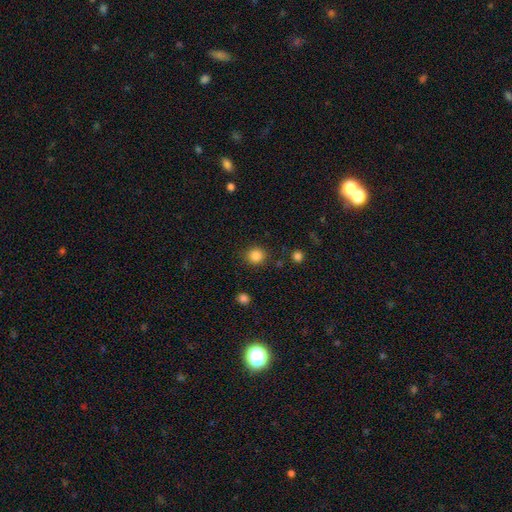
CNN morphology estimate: Smooth or featured: smooth — 86% (star or artifact — 11%)
How rounded: round — 88% (in between — 11%)
Merging: none — 88% (minor disturbance — 7%)